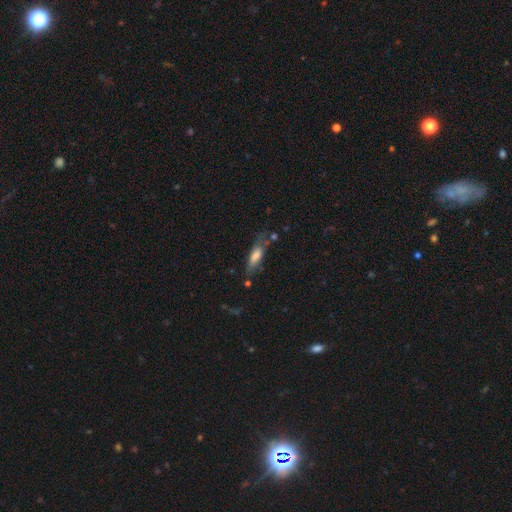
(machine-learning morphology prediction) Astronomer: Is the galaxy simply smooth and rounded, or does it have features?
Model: smooth — 70%.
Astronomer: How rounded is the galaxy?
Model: cigar-shaped — 51% (runner-up: in between, 47%).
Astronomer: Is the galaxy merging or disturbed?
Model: none — 54%.